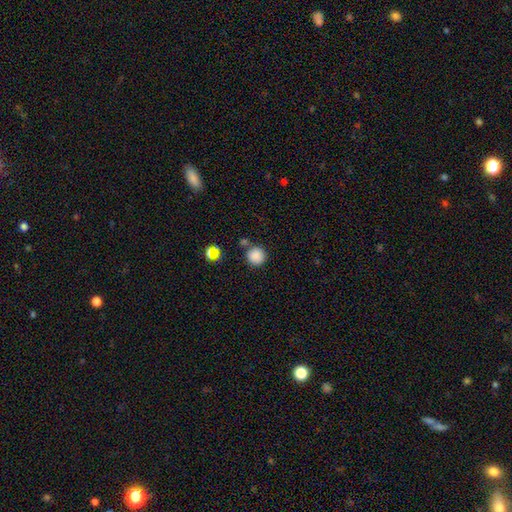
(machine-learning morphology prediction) Overall: smooth (85%). How rounded: round (94%). Merging: none (77%).